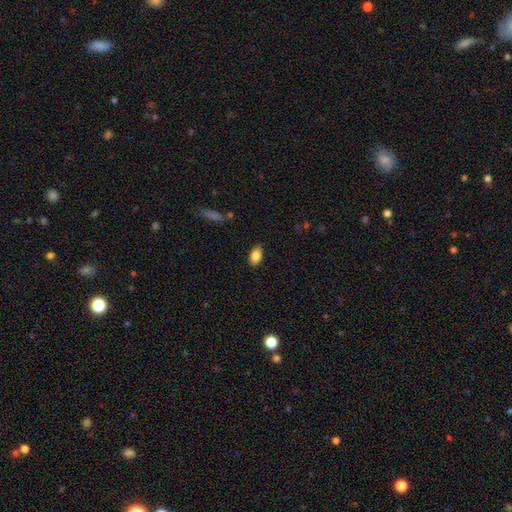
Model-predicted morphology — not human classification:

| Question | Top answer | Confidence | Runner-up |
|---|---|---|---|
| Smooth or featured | smooth | 85% | star or artifact (8%) |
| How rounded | in between | 90% | round (8%) |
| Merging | none | 85% | minor disturbance (11%) |